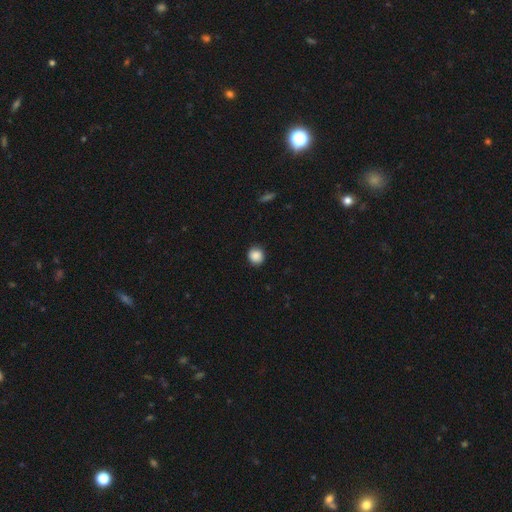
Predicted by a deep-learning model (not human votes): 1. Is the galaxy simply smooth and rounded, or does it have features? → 88% smooth, 9% star or artifact, 3% featured or disk.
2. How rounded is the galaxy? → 88% round, 11% in between, 1% cigar-shaped.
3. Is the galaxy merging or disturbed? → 89% none, 8% minor disturbance, 2% major disturbance, 1% merger.